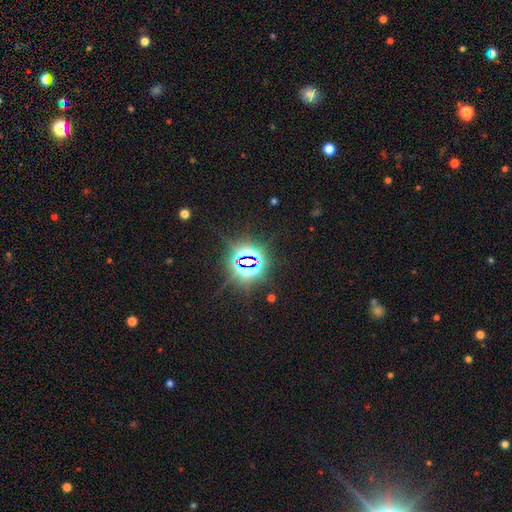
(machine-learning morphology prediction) Smooth or featured? Predicted: star or artifact (p=0.83).